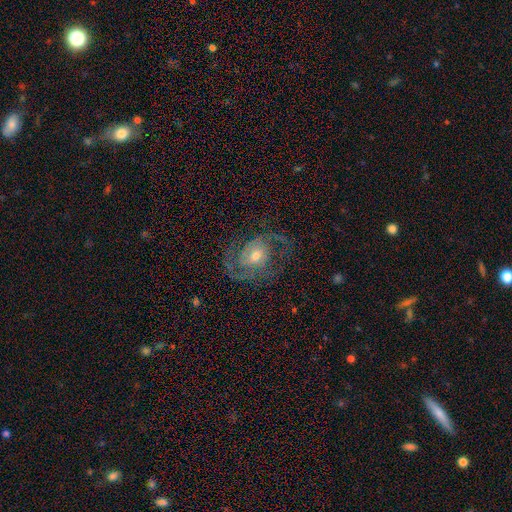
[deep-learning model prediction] Smooth or featured?
  - featured or disk: 81% *
  - smooth: 12%
  - star or artifact: 7%
Edge-on disk?
  - no: 97% *
  - yes: 3%
Bar?
  - no: 52% *
  - weak: 38%
  - strong: 10%
Spiral arms?
  - yes: 91% *
  - no: 9%
Spiral winding?
  - medium: 51% *
  - tight: 29%
  - loose: 20%
Spiral arm count?
  - 2: 73% *
  - can't tell: 11%
  - 3: 6%
  - 1: 5%
  - 4: 2%
  - more than 4: 2%
Bulge size?
  - moderate: 55% *
  - small: 38%
  - large: 5%
  - none: 1%
  - dominant: 1%
Merging?
  - none: 65% *
  - minor disturbance: 17%
  - major disturbance: 16%
  - merger: 1%